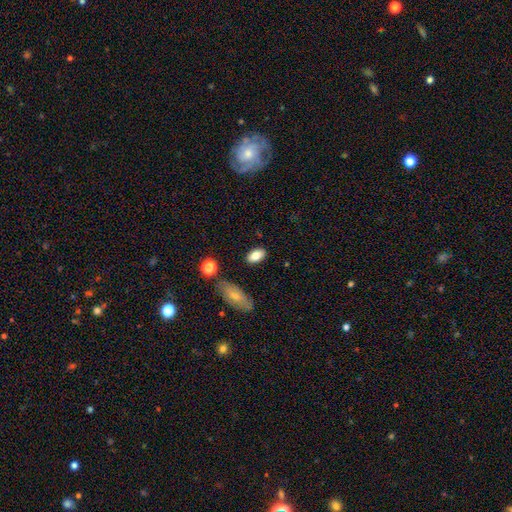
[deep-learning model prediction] This is clearly a smooth galaxy (80%). How rounded: clearly in between (90%). Merging: clearly none (84%).